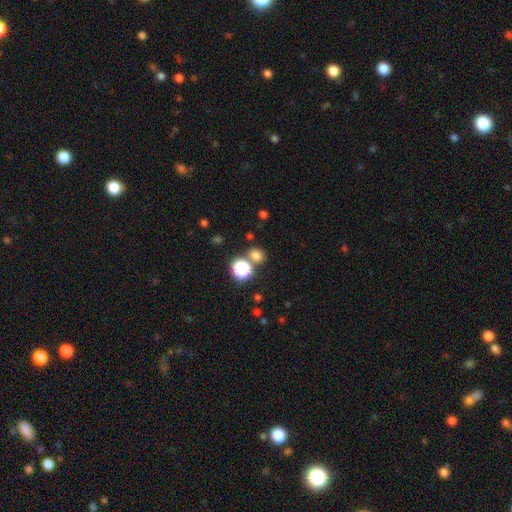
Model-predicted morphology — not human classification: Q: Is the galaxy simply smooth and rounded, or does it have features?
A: smooth — 71%.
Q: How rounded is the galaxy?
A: round — 74%.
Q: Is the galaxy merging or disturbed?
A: none — 72%.